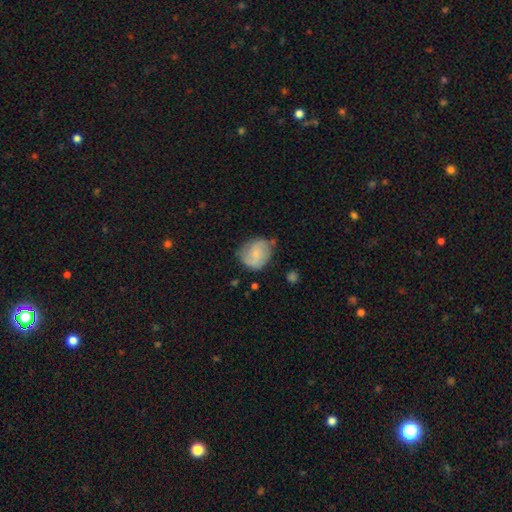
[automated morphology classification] Overall: smooth (53%; featured or disk 40%). How rounded: round (65%; in between 34%). Merging: none (63%; minor disturbance 26%).